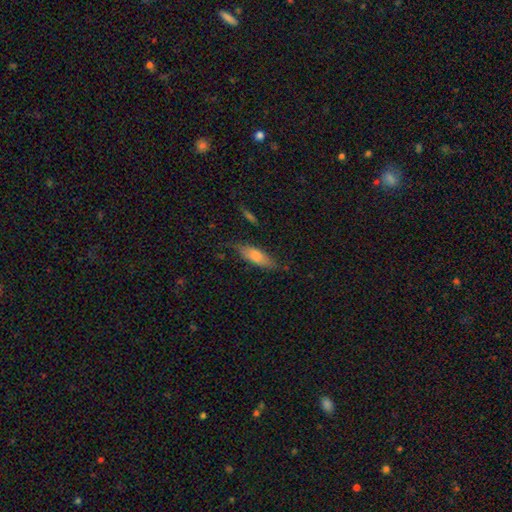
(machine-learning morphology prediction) A smooth galaxy with no disk features (77%) that is in between round and cigar-shaped (60%). Merging: none (64%).